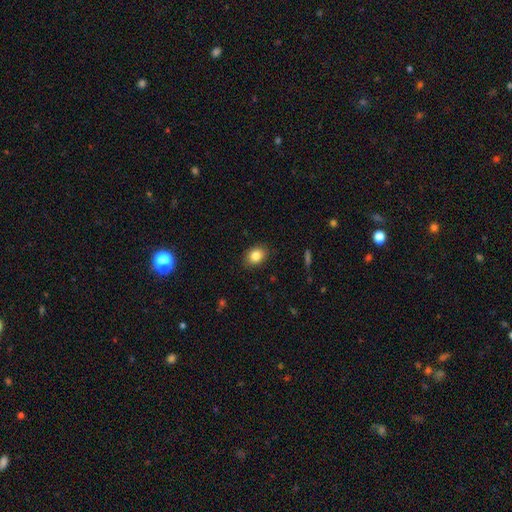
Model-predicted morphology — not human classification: This appears to be a smooth galaxy with no disk features (84%) that is in between round and cigar-shaped (66%). Merging: none (87%).